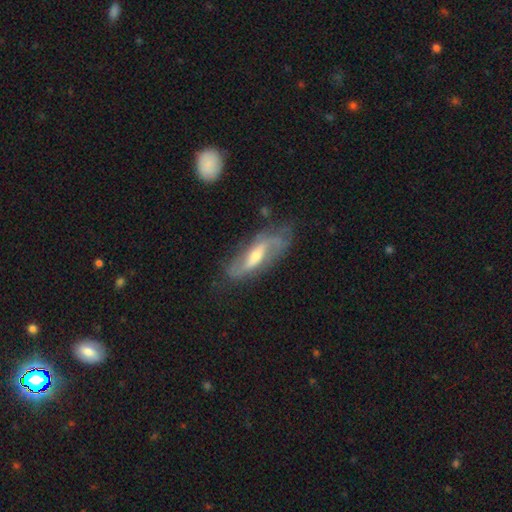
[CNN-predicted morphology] This is likely a featured or disk galaxy (77%). It is clearly not viewed edge-on (83%). Bar: marginally weak (42%). Spiral arm pattern: clearly yes (89%). Spiral arm count: clearly 2 (84%). Spiral winding: possibly loose (51%). Central bulge: possibly moderate (55%). Merging: likely none (62%).